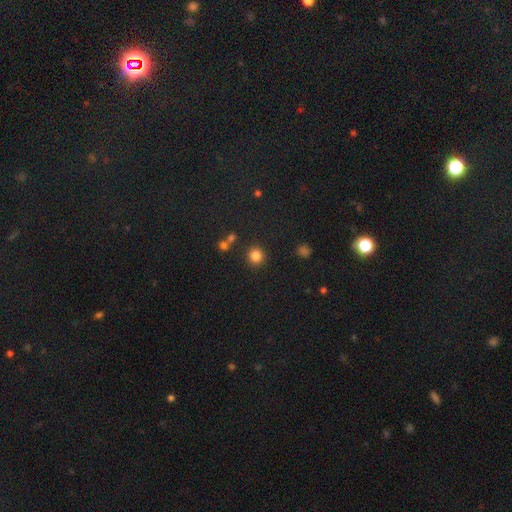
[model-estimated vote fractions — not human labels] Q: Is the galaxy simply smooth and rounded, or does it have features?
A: smooth — 83%.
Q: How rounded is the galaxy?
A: round — 93%.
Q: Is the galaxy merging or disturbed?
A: none — 87%.